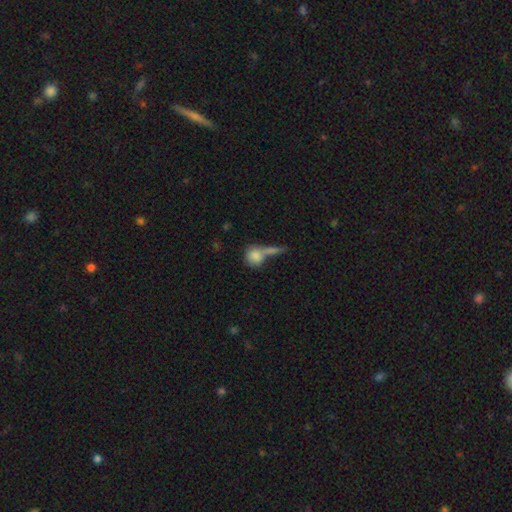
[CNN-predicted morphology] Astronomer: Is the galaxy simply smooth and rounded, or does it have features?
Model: smooth — 76%.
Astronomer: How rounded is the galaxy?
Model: round — 60%.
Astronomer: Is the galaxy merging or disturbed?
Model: merger — 42% (runner-up: none, 34%).